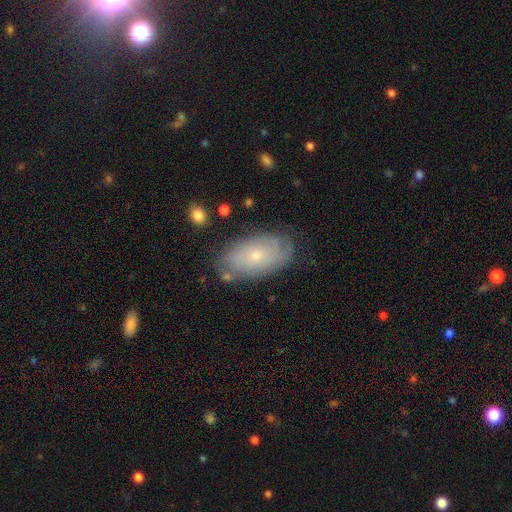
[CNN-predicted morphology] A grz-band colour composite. It shows a featured or disk galaxy (52%). Merging: none (74%).